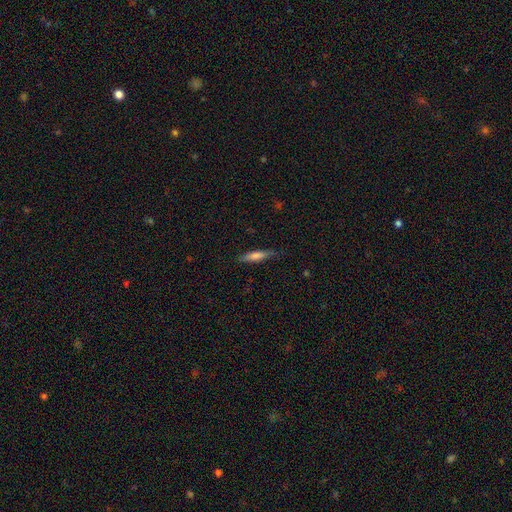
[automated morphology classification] Smooth or featured: smooth — 69% (featured or disk — 24%)
How rounded: cigar-shaped — 81% (in between — 17%)
Merging: none — 78% (minor disturbance — 17%)